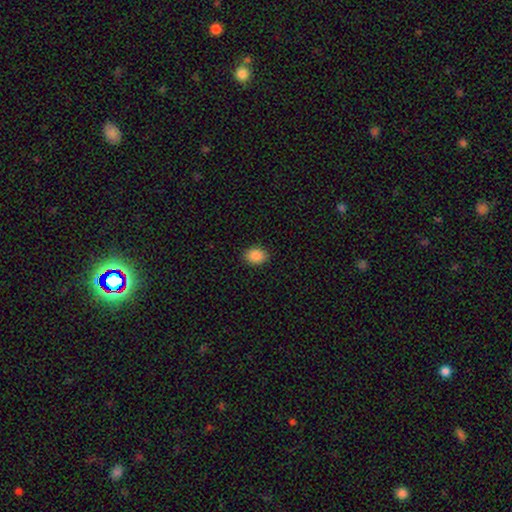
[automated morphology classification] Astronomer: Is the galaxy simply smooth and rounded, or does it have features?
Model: smooth — 88%.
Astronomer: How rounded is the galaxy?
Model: in between — 66%.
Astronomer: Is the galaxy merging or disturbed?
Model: none — 90%.